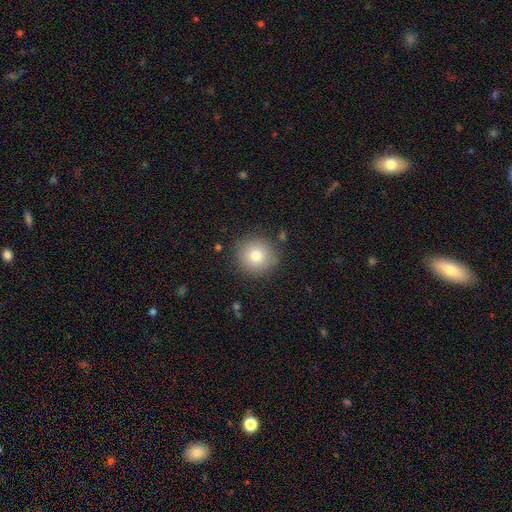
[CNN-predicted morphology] Q: Smooth or featured?
A: smooth (79%); runner-up: star or artifact (11%)
Q: How rounded?
A: round (94%); runner-up: in between (5%)
Q: Merging?
A: none (87%); runner-up: minor disturbance (8%)